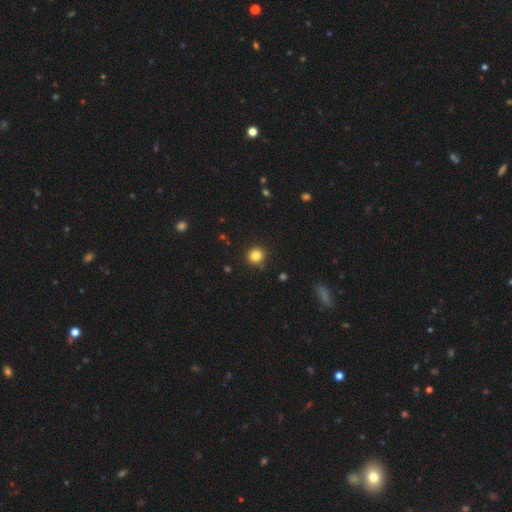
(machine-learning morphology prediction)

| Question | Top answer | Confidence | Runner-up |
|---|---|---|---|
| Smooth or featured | smooth | 83% | star or artifact (12%) |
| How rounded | round | 92% | in between (8%) |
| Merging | none | 89% | minor disturbance (7%) |